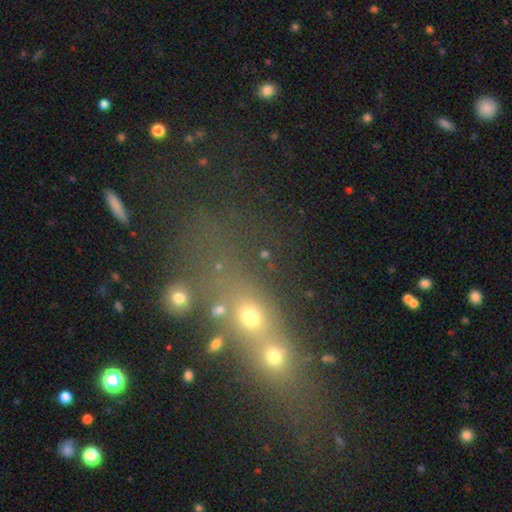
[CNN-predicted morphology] Q: Smooth or featured?
A: star or artifact (38%); runner-up: smooth (35%)